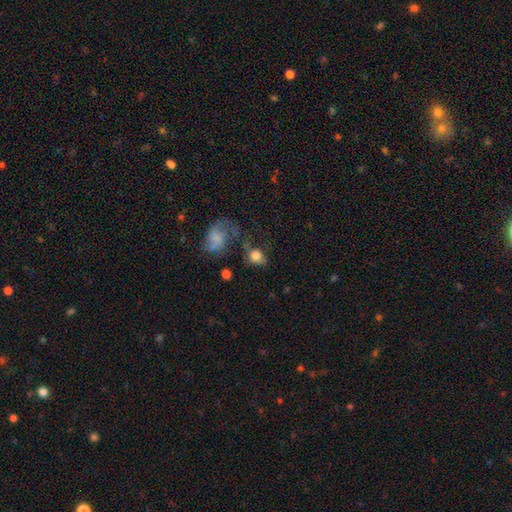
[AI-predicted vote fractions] This appears to be a smooth galaxy with no disk features (74%) that is round (53%). Merging: none (43%).